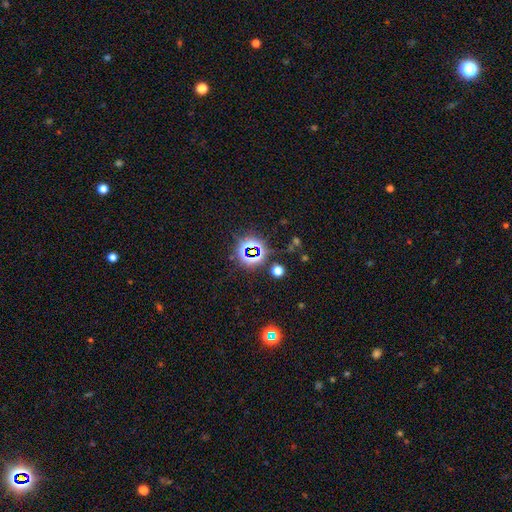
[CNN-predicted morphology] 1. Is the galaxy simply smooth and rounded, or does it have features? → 72% star or artifact, 19% smooth, 8% featured or disk.